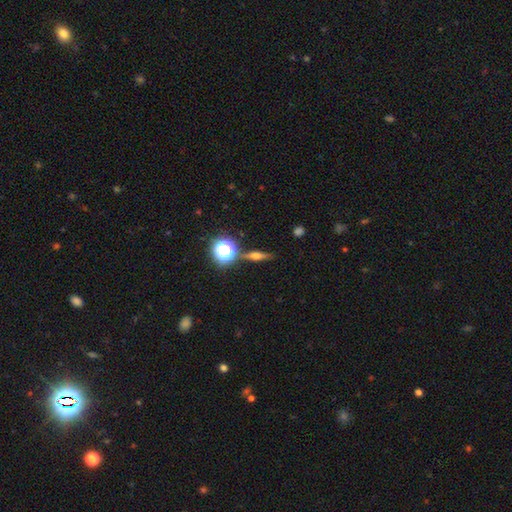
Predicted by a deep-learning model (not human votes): This appears to be a featured or disk galaxy (53%) viewed edge-on (93%). Merging: none (85%).